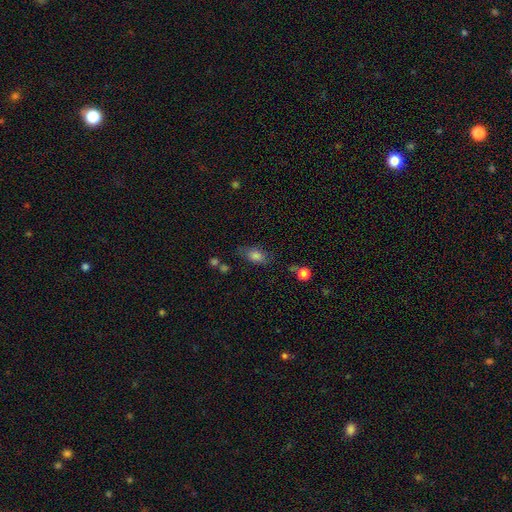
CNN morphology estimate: smooth_or_featured: smooth (p=0.79) [alt: featured or disk p=0.11]
how_rounded: in between (p=0.86) [alt: round p=0.08]
merging: none (p=0.63) [alt: minor disturbance p=0.23]